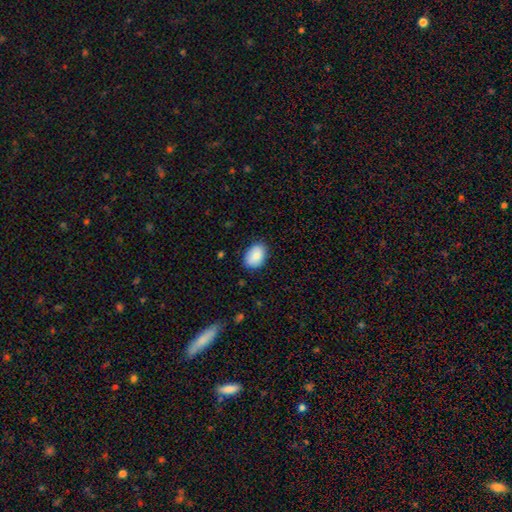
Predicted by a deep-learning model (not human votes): Q: Smooth or featured?
A: smooth (85%); runner-up: featured or disk (8%)
Q: How rounded?
A: in between (83%); runner-up: round (16%)
Q: Merging?
A: none (84%); runner-up: minor disturbance (13%)